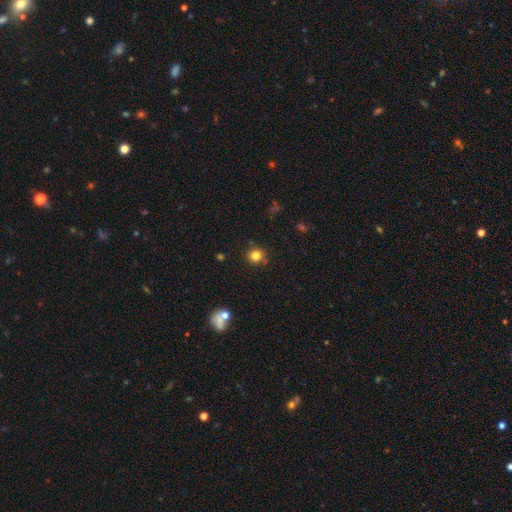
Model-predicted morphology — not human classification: Q: Smooth or featured?
A: smooth (82%); runner-up: star or artifact (13%)
Q: How rounded?
A: round (92%); runner-up: in between (7%)
Q: Merging?
A: none (86%); runner-up: minor disturbance (9%)